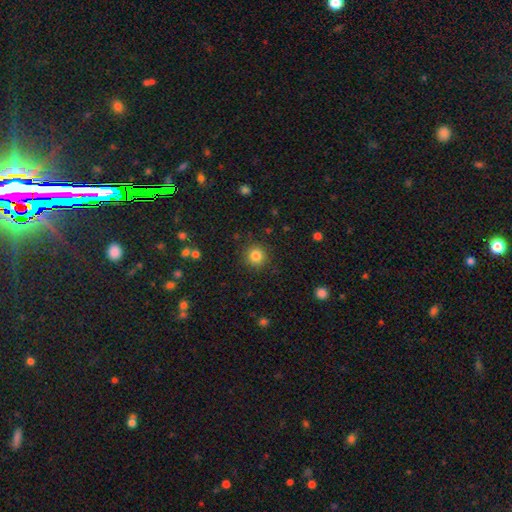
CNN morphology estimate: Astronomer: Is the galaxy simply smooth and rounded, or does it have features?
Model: smooth — 83%.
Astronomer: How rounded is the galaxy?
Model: round — 93%.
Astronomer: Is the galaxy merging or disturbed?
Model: none — 89%.